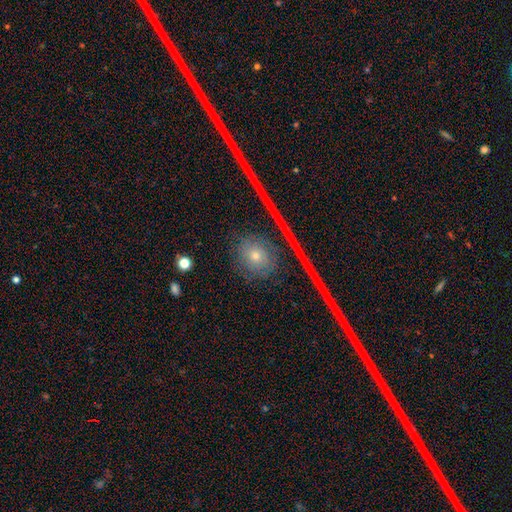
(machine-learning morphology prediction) Smooth or featured? Predicted: smooth (p=0.56). How rounded? Predicted: round (p=0.85). Merging? Predicted: none (p=0.86).